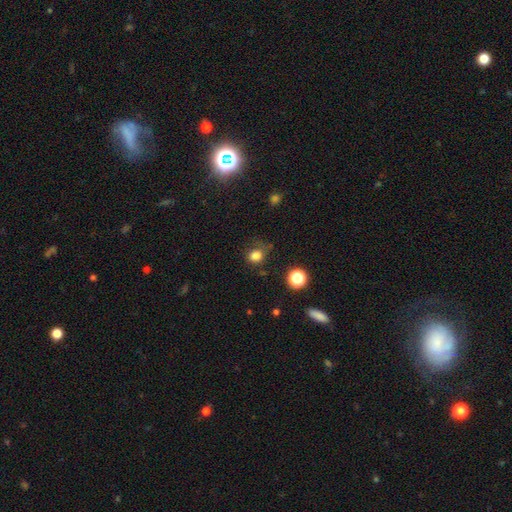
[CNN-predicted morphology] Smooth or featured? smooth (80%)
How rounded? round (74%)
Merging? none (63%)